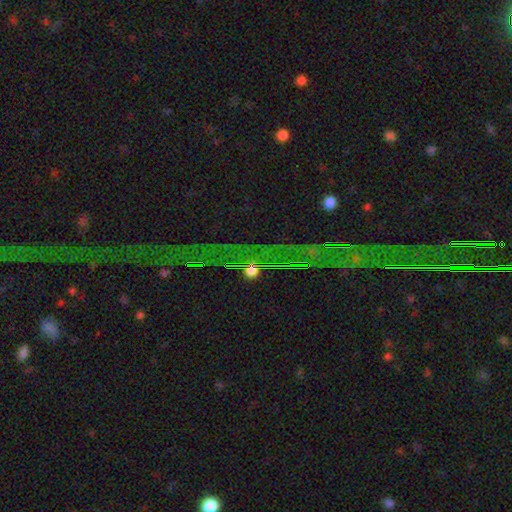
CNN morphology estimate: Overall: star or artifact (78%).